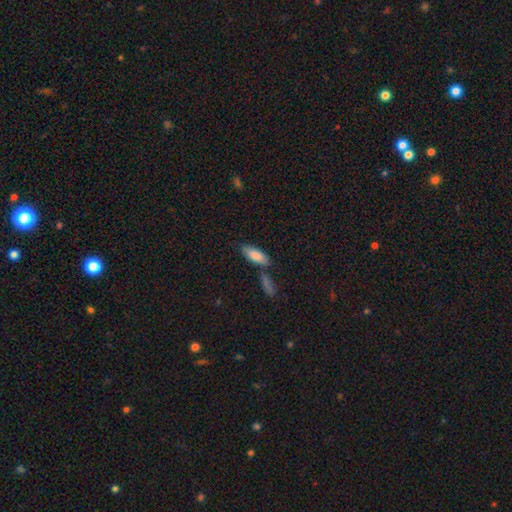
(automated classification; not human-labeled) Q: Smooth or featured?
A: smooth (83%); runner-up: featured or disk (11%)
Q: How rounded?
A: in between (71%); runner-up: cigar-shaped (27%)
Q: Merging?
A: none (66%); runner-up: merger (17%)